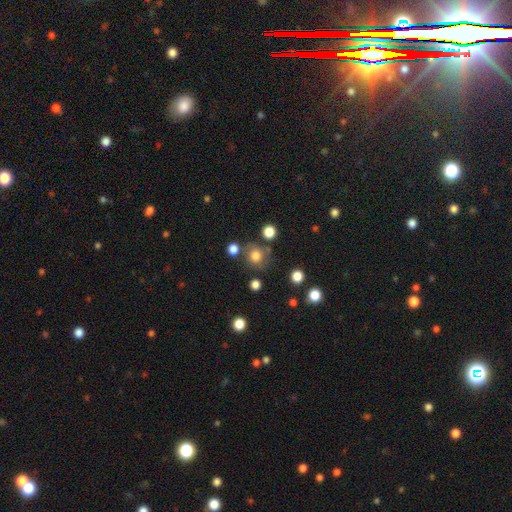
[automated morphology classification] A smooth galaxy with no disk features (76%) that is round (83%).

Vote fractions:
- Smooth or featured? smooth: 76% / star or artifact: 14% / featured or disk: 10%
- How rounded? round: 83% / in between: 16% / cigar-shaped: 1%
- Merging? none: 68% / minor disturbance: 15% / merger: 11% / major disturbance: 7%